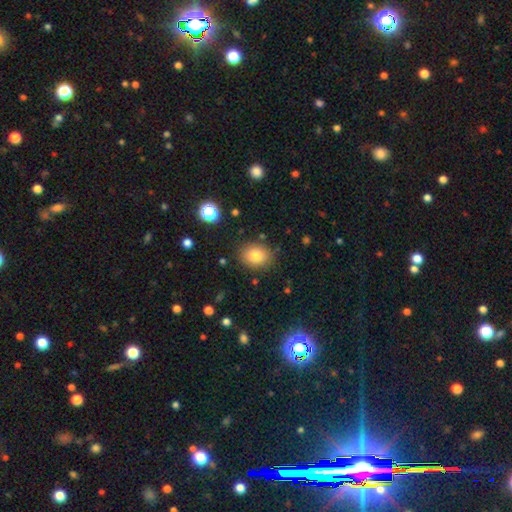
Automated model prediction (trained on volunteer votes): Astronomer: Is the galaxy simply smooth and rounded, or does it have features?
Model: smooth — 80%.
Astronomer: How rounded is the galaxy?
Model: round — 51% (runner-up: in between, 48%).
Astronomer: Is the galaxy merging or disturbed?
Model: none — 85%.